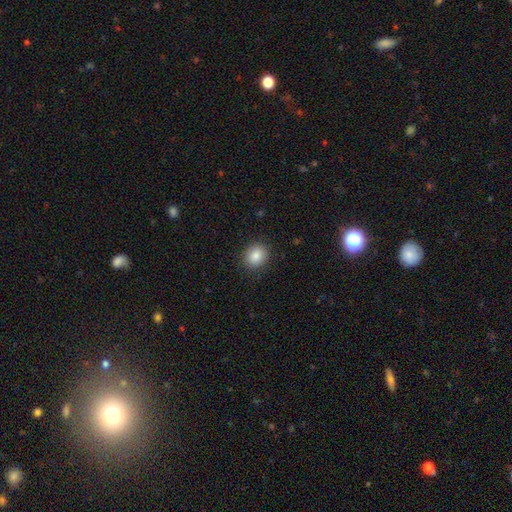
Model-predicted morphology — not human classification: The model was most divided on "how rounded": round: 60%, in between: 40%, cigar-shaped: 1%. More confident: merging — none (89%); smooth or featured — smooth (87%).